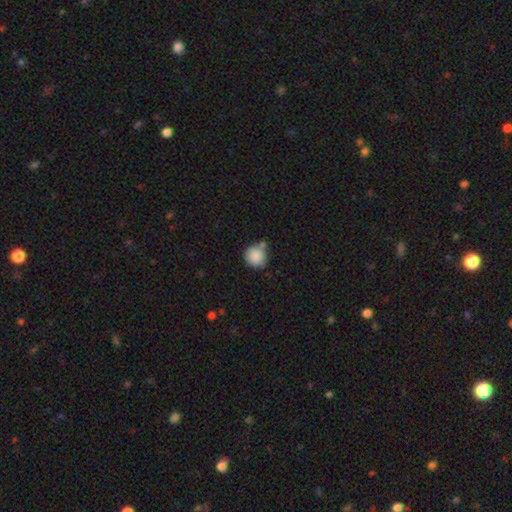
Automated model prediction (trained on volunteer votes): Q: Smooth or featured?
A: smooth (87%); runner-up: star or artifact (8%)
Q: How rounded?
A: round (92%); runner-up: in between (7%)
Q: Merging?
A: none (63%); runner-up: minor disturbance (18%)